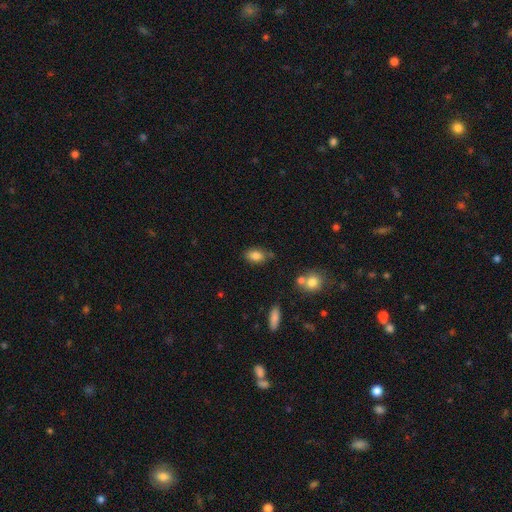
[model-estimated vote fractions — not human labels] smooth-or-featured: smooth: 83% | star or artifact: 9% | featured or disk: 8%
  how-rounded: in between: 87% | round: 11% | cigar-shaped: 2%
  merging: none: 71% | minor disturbance: 19% | merger: 5% | major disturbance: 4%